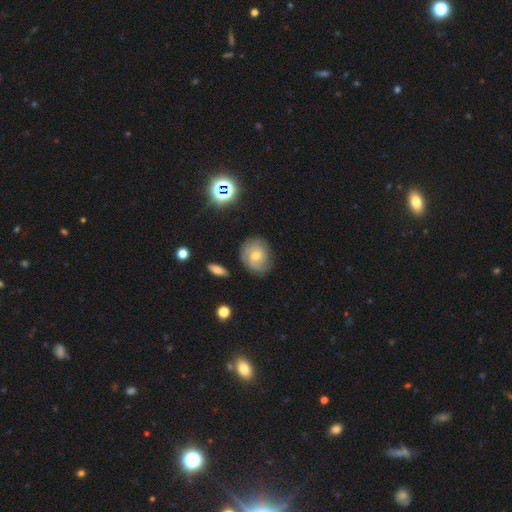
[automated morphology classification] Smooth or featured: featured or disk — 48% (smooth — 39%)
Merging: none — 74% (minor disturbance — 18%)